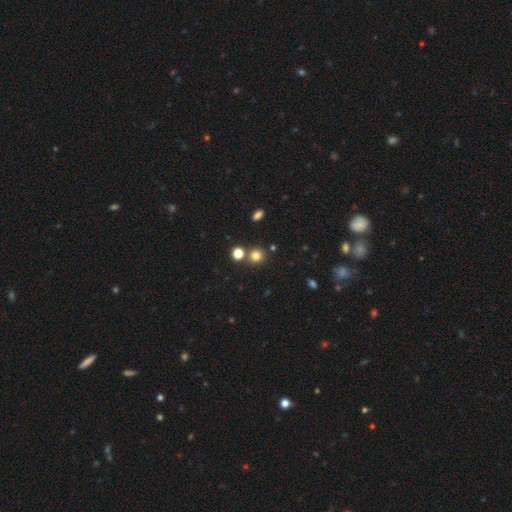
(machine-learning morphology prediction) Smooth or featured? Predicted: smooth (p=0.79). How rounded? Predicted: round (p=0.90). Merging? Predicted: none (p=0.76).